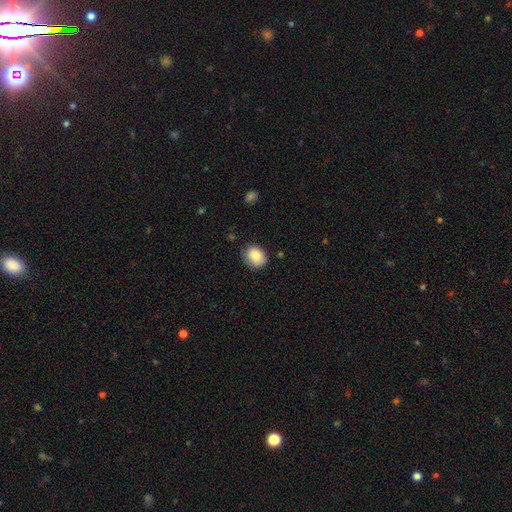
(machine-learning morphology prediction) smooth_or_featured: smooth (p=0.85) [alt: star or artifact p=0.08]
how_rounded: round (p=0.57) [alt: in between p=0.42]
merging: none (p=0.78) [alt: minor disturbance p=0.17]